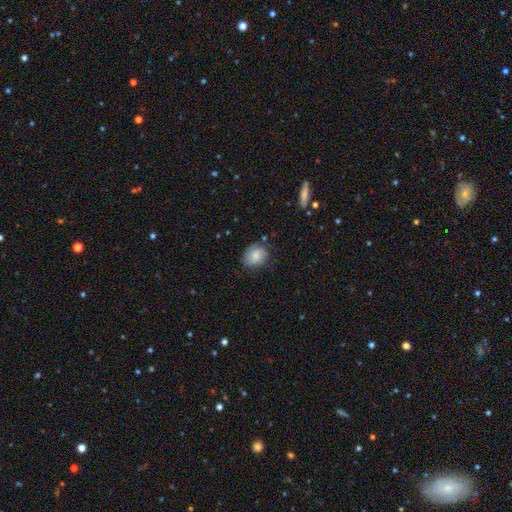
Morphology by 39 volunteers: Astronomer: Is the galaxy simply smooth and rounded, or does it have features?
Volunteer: smooth — 85%.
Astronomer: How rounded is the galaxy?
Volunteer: in between — 55% (runner-up: round, 45%).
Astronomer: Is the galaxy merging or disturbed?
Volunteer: none — 68%.